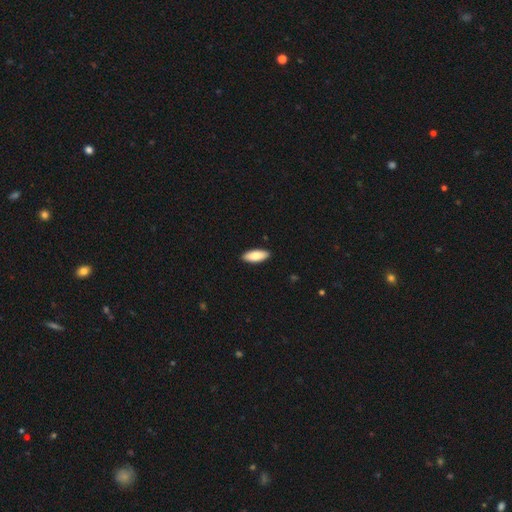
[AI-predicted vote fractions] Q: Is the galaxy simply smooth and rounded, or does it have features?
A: smooth — 85%.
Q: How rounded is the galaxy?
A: in between — 78%.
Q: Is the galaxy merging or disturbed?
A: none — 91%.